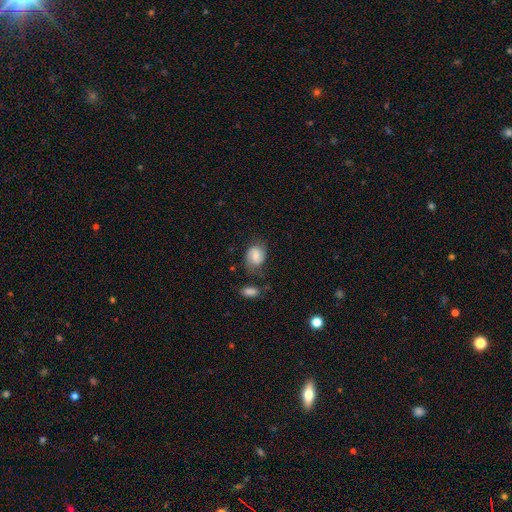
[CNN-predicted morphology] Overall: smooth (59%; featured or disk 33%). How rounded: in between (64%; round 35%). Merging: none (60%; minor disturbance 23%).